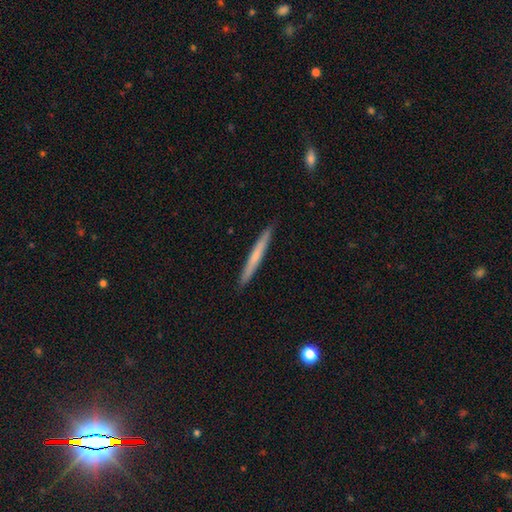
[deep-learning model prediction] Overall: smooth (57%; featured or disk 38%). How rounded: cigar-shaped (97%). Merging: none (91%).